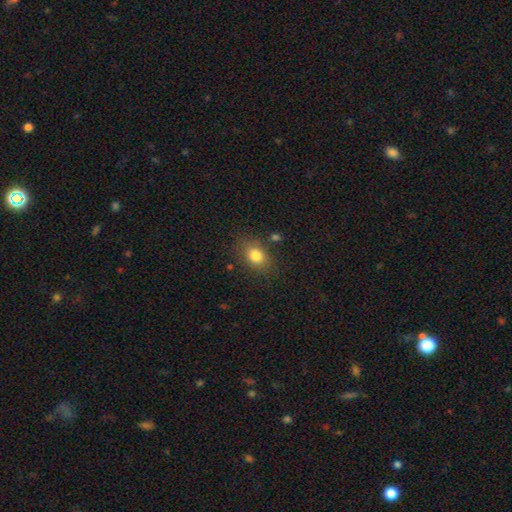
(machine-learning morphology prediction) A smooth galaxy with no disk features (81%) that is in between round and cigar-shaped (59%). Merging: none (77%).